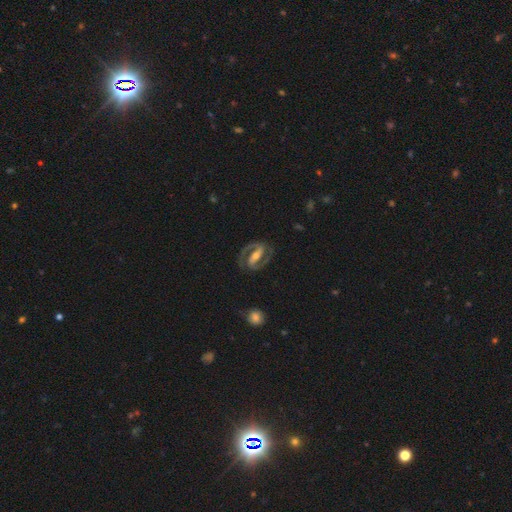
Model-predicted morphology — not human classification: smooth_or_featured: featured or disk (p=0.90) [alt: smooth p=0.06]
disk_edge_on: no (p=0.97) [alt: yes p=0.03]
bar: strong (p=0.65) [alt: weak p=0.24]
has_spiral_arms: yes (p=0.96) [alt: no p=0.04]
spiral_winding: medium (p=0.57) [alt: tight p=0.32]
spiral_arm_count: 2 (p=0.93) [alt: can't tell p=0.02]
bulge_size: moderate (p=0.60) [alt: small p=0.31]
merging: none (p=0.83) [alt: minor disturbance p=0.11]